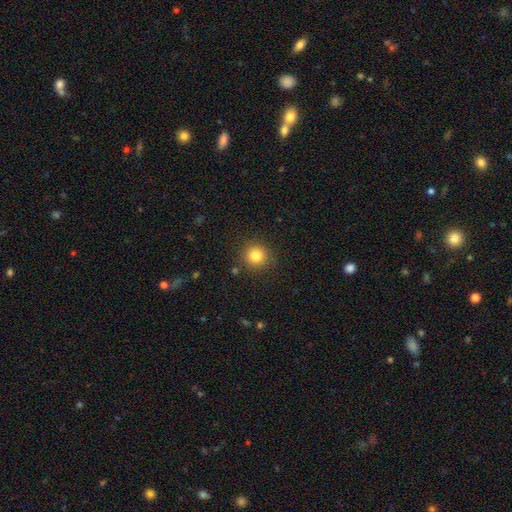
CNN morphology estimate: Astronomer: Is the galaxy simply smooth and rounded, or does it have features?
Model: smooth — 83%.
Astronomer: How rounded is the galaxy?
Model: round — 92%.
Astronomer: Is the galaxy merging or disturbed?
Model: none — 87%.